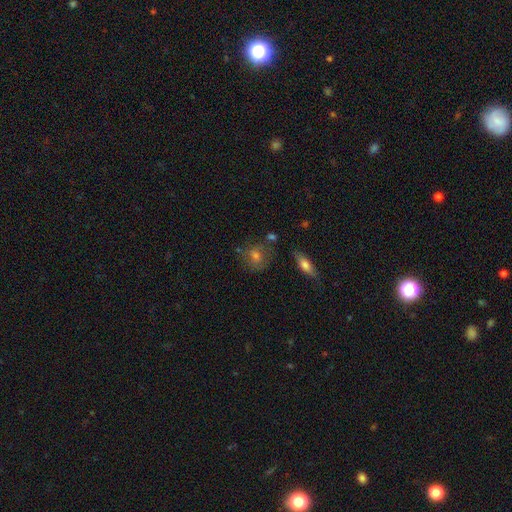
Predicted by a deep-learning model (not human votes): Q: Smooth or featured?
A: smooth (60%); runner-up: featured or disk (25%)
Q: How rounded?
A: round (67%); runner-up: in between (30%)
Q: Merging?
A: none (67%); runner-up: minor disturbance (19%)